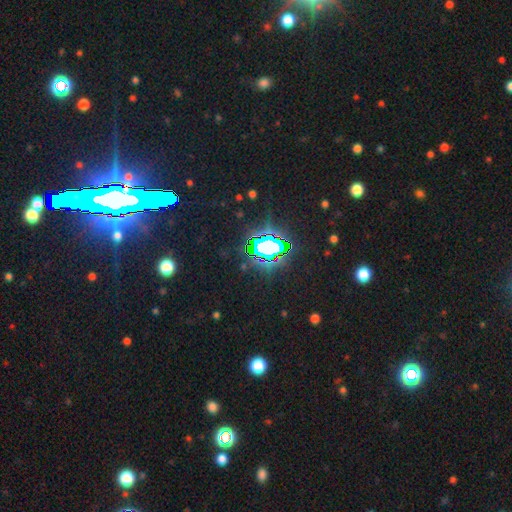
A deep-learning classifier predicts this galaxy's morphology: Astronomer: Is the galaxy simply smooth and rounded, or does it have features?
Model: star or artifact — 82%.